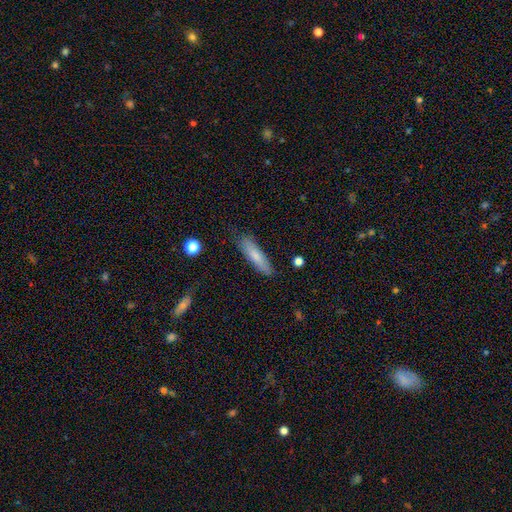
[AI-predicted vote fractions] smooth-or-featured: smooth: 75% | featured or disk: 19% | star or artifact: 6%
  how-rounded: cigar-shaped: 74% | in between: 24% | round: 2%
  merging: none: 82% | minor disturbance: 14% | major disturbance: 3% | merger: 2%